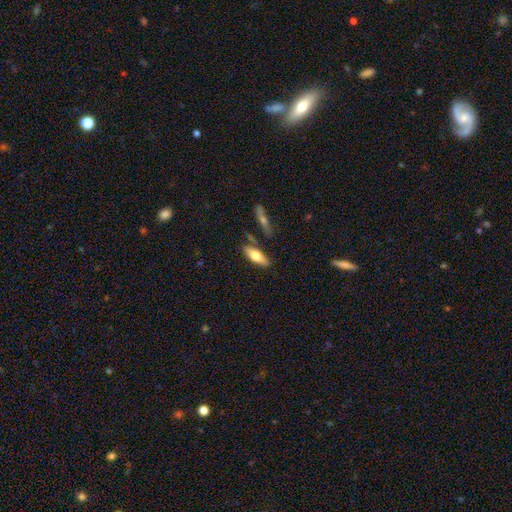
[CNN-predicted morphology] smooth-or-featured: smooth: 65% | featured or disk: 29% | star or artifact: 6%
  how-rounded: in between: 65% | cigar-shaped: 33% | round: 3%
  merging: none: 74% | minor disturbance: 14% | merger: 9% | major disturbance: 3%